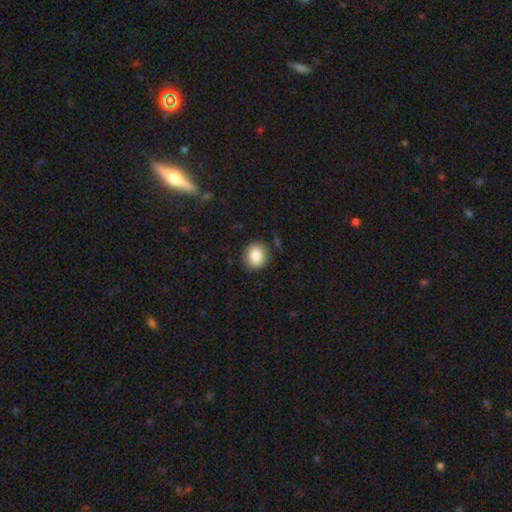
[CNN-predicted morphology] Smooth or featured? Predicted: smooth (p=0.85). How rounded? Predicted: round (p=0.83). Merging? Predicted: none (p=0.86).